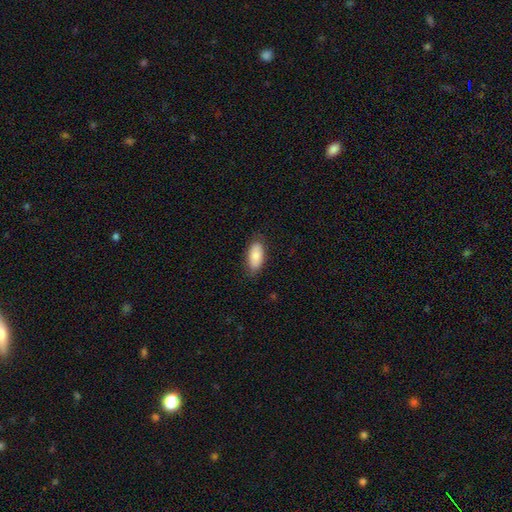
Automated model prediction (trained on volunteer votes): Morphology: type=smooth (81%); roundness=in between (91%); merging=none (81%).